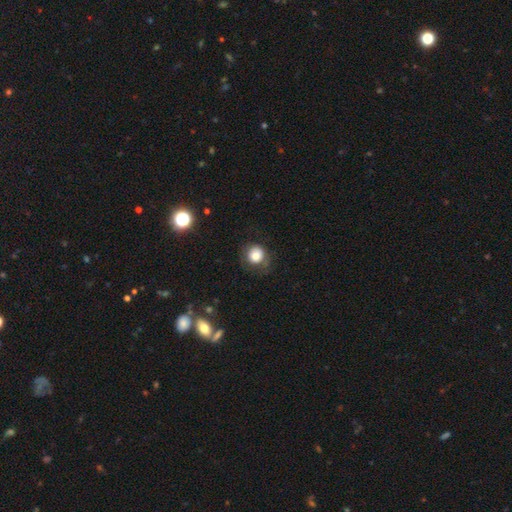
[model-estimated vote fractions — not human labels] Smooth or featured? Predicted: smooth (p=0.78). How rounded? Predicted: round (p=0.88). Merging? Predicted: none (p=0.65).